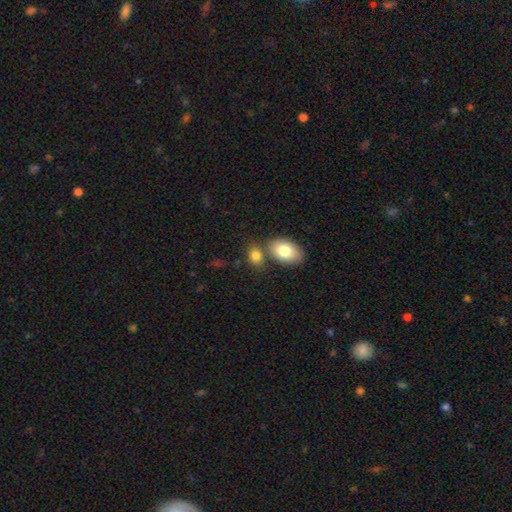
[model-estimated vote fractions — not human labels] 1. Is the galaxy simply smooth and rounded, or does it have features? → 82% smooth, 10% featured or disk, 8% star or artifact.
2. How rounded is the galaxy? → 73% in between, 26% round, 2% cigar-shaped.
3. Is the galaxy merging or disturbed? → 54% none, 31% merger, 11% minor disturbance, 4% major disturbance.